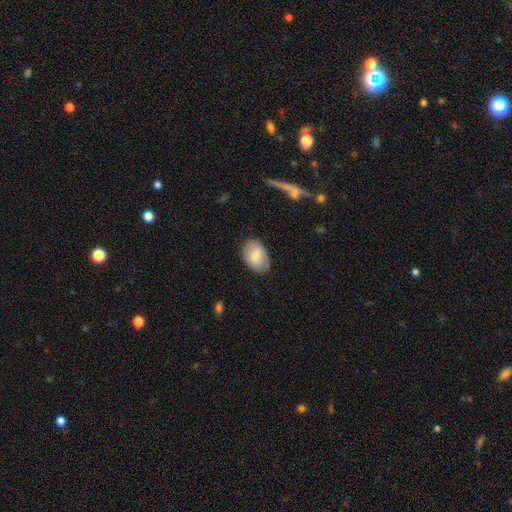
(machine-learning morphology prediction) type=smooth (75%); roundness=in between (86%); merging=none (80%).